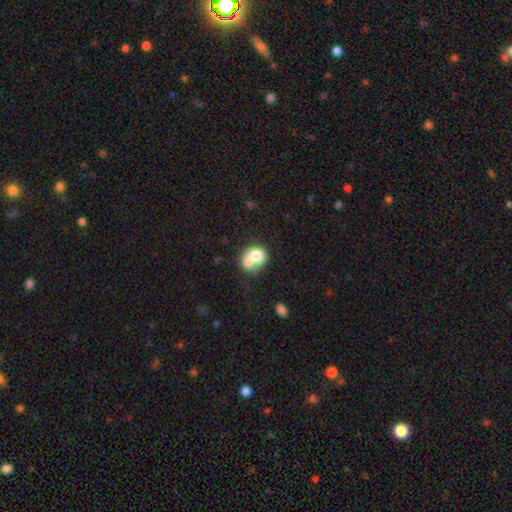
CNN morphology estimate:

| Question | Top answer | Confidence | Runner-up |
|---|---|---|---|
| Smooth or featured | smooth | 71% | featured or disk (21%) |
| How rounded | round | 65% | in between (35%) |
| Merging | merger | 63% | none (24%) |